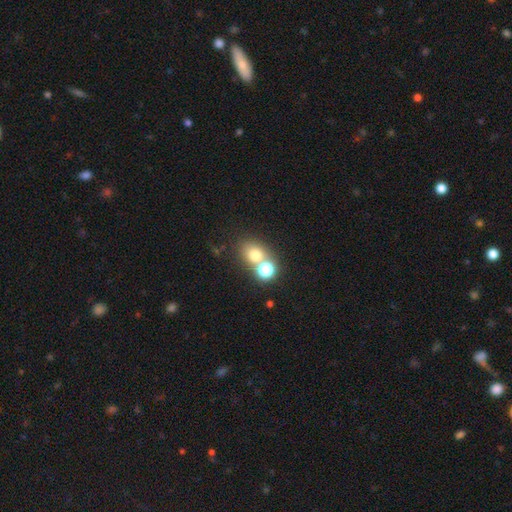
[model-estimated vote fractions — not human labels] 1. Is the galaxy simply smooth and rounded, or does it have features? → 69% smooth, 20% star or artifact, 11% featured or disk.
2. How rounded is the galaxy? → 64% round, 35% in between, 1% cigar-shaped.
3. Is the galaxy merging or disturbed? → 53% none, 34% merger, 9% minor disturbance, 4% major disturbance.